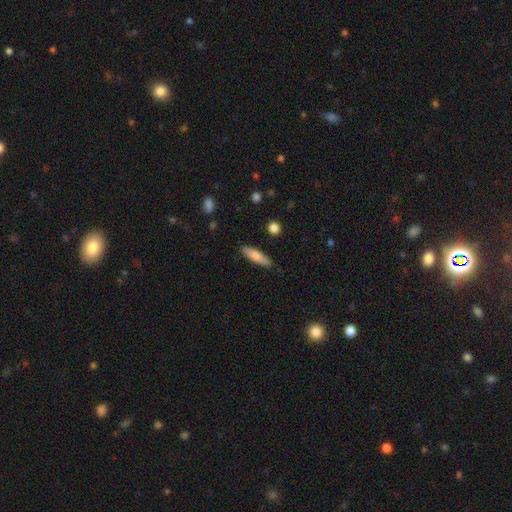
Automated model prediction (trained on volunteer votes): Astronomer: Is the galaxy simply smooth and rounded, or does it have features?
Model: smooth — 77%.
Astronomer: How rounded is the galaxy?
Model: cigar-shaped — 68%.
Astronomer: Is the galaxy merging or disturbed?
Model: none — 84%.